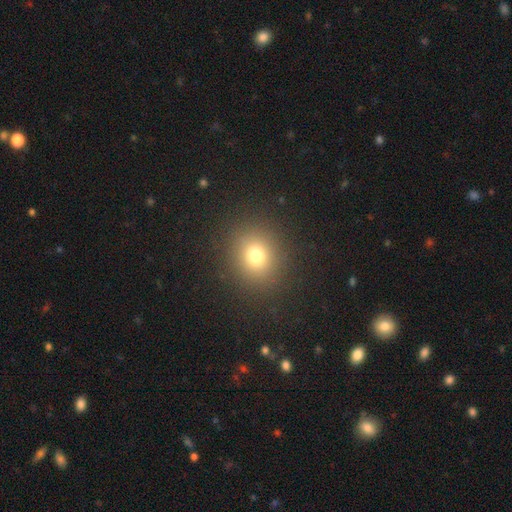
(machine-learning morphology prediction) Smooth or featured? smooth (76%)
How rounded? round (79%)
Merging? none (90%)